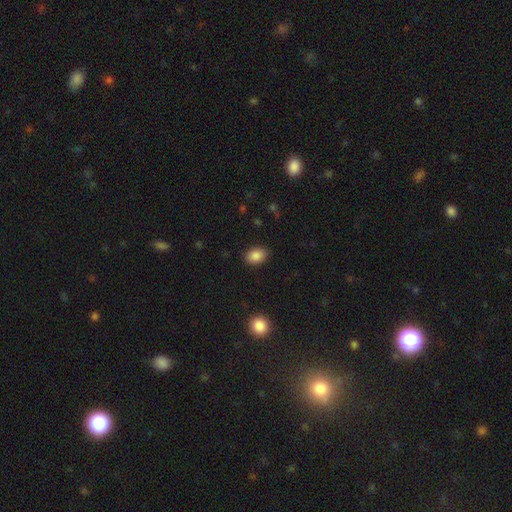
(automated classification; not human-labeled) smooth_or_featured: smooth (p=0.87) [alt: star or artifact p=0.09]
how_rounded: in between (p=0.79) [alt: round p=0.20]
merging: none (p=0.87) [alt: minor disturbance p=0.10]